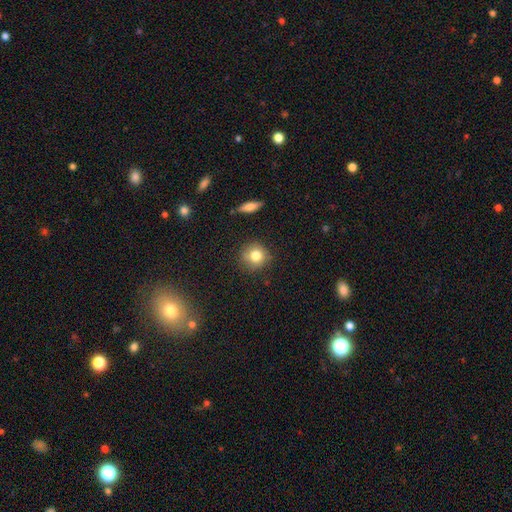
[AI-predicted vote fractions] Morphology: type=smooth (79%); roundness=round (88%); merging=none (80%).